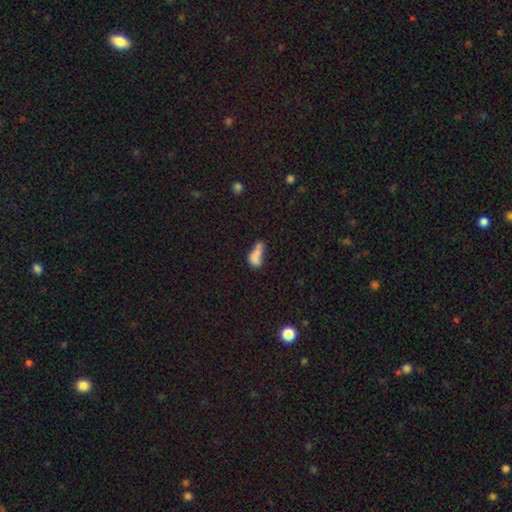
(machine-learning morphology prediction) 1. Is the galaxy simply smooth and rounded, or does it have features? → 69% smooth, 18% featured or disk, 13% star or artifact.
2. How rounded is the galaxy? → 79% in between, 11% cigar-shaped, 9% round.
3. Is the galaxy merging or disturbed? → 30% merger, 25% none, 24% minor disturbance, 21% major disturbance.